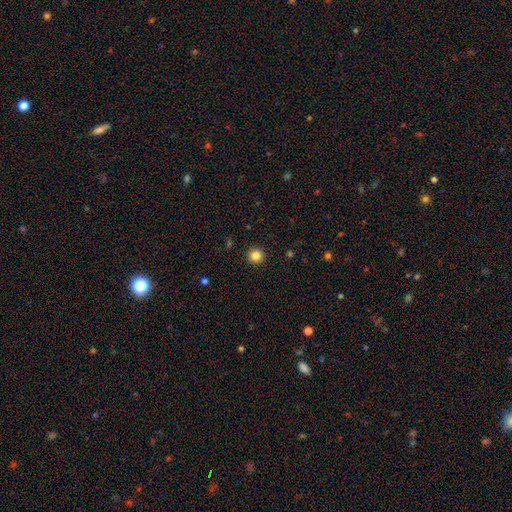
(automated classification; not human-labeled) Smooth or featured?
  - smooth: 84% *
  - star or artifact: 12%
  - featured or disk: 4%
How rounded?
  - round: 95% *
  - in between: 4%
  - cigar-shaped: 1%
Merging?
  - none: 93% *
  - minor disturbance: 5%
  - major disturbance: 2%
  - merger: 1%